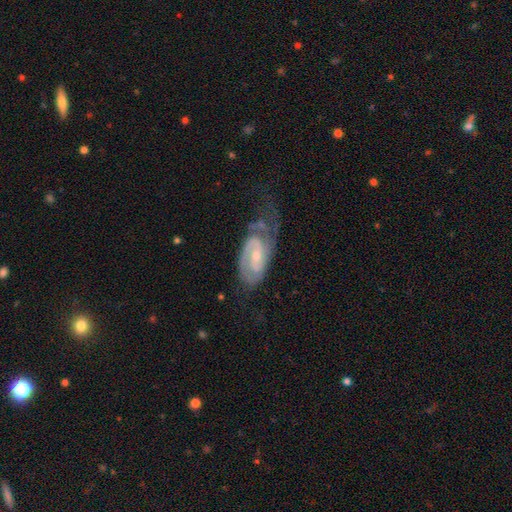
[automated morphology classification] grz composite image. It shows a featured or disk galaxy (86%) with a weak bar (50%), 2 (76%) tight (45%) spiral arms (97%) and a small central bulge (56%). Merging: none (43%).